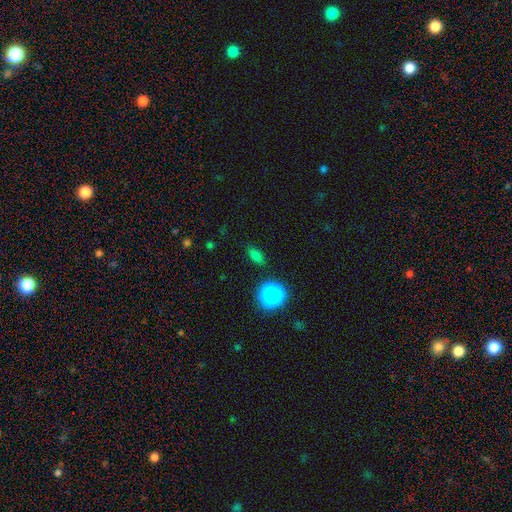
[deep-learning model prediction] smooth_or_featured: smooth (p=0.74) [alt: star or artifact p=0.18]
how_rounded: in between (p=0.71) [alt: round p=0.19]
merging: none (p=0.84) [alt: minor disturbance p=0.11]